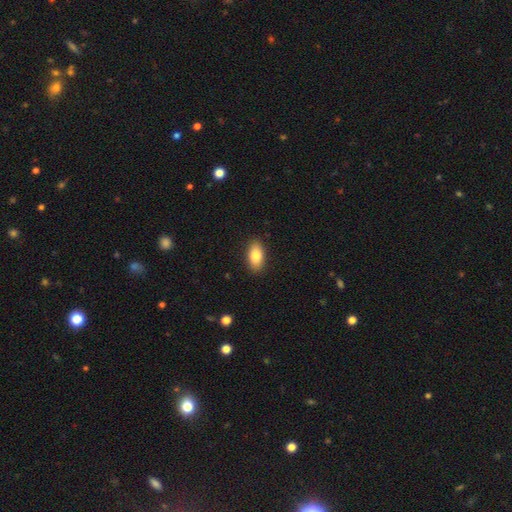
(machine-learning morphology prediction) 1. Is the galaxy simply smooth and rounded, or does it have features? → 84% smooth, 9% featured or disk, 7% star or artifact.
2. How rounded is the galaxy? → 90% in between, 5% cigar-shaped, 4% round.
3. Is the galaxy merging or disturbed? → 88% none, 9% minor disturbance, 2% major disturbance, 1% merger.